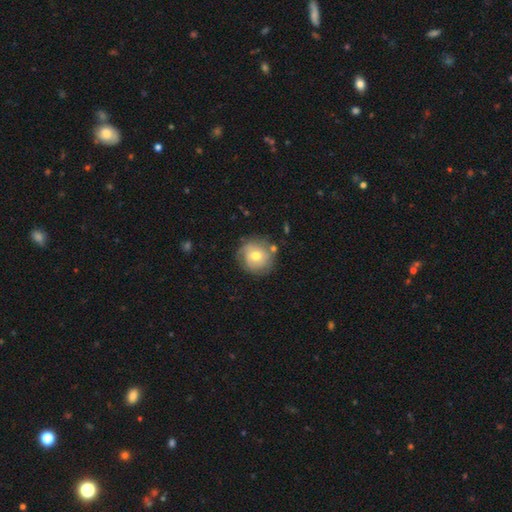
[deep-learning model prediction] smooth_or_featured: smooth (p=0.56) [alt: featured or disk p=0.35]
how_rounded: round (p=0.91) [alt: in between p=0.08]
merging: none (p=0.70) [alt: minor disturbance p=0.19]